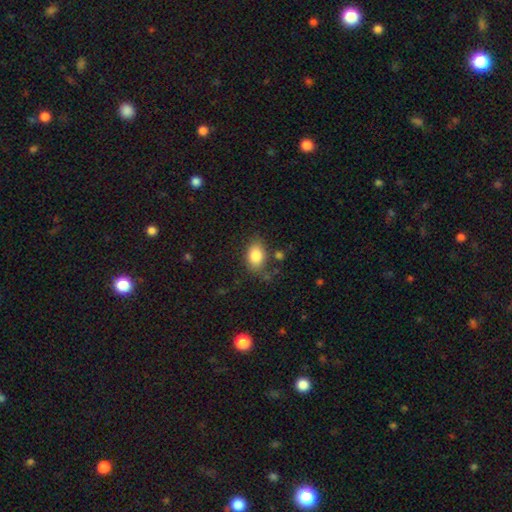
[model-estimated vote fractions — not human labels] Morphology: type=smooth (85%); roundness=in between (85%); merging=none (72%).